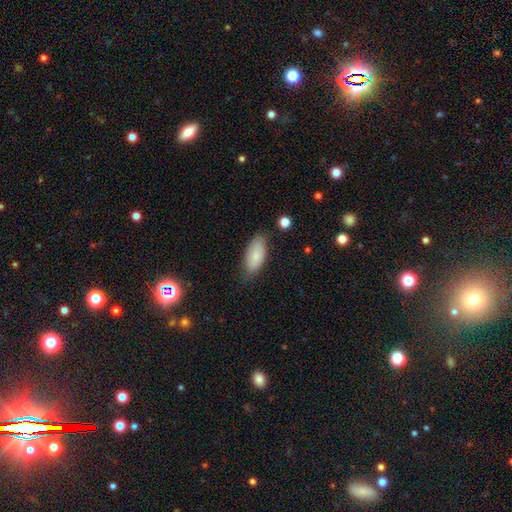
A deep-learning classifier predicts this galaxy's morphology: type=smooth (81%); roundness=in between (90%); merging=none (74%).